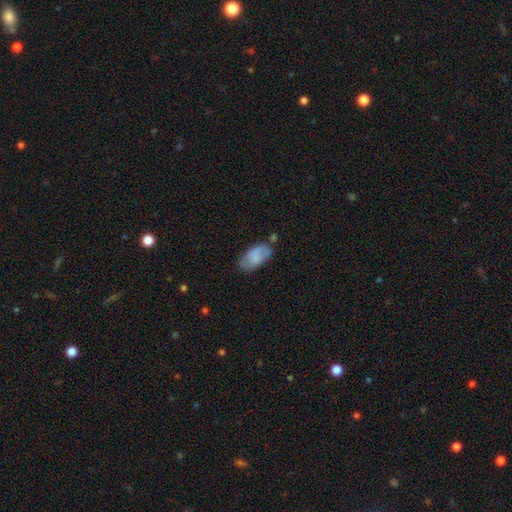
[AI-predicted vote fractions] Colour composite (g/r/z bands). It shows a smooth galaxy with no disk features (74%) that is in between round and cigar-shaped (94%). Merging: none (65%).